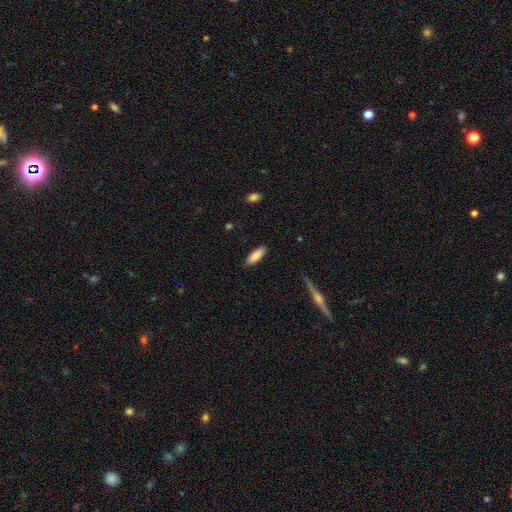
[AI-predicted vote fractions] Morphology: type=smooth (87%); roundness=in between (59%); merging=none (87%).